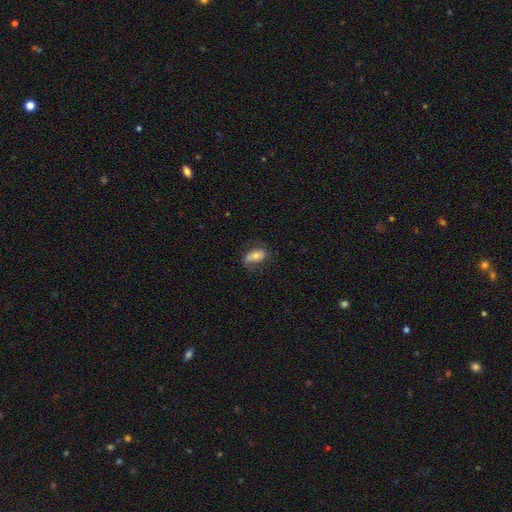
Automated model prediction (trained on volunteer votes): A smooth galaxy with no disk features (62%) that is in between round and cigar-shaped (87%). Merging: none (66%).